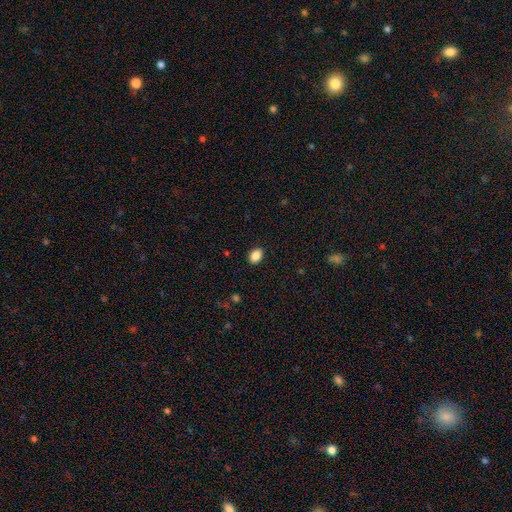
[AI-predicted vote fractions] Q: Smooth or featured?
A: smooth (88%); runner-up: star or artifact (8%)
Q: How rounded?
A: in between (80%); runner-up: round (19%)
Q: Merging?
A: none (89%); runner-up: minor disturbance (8%)